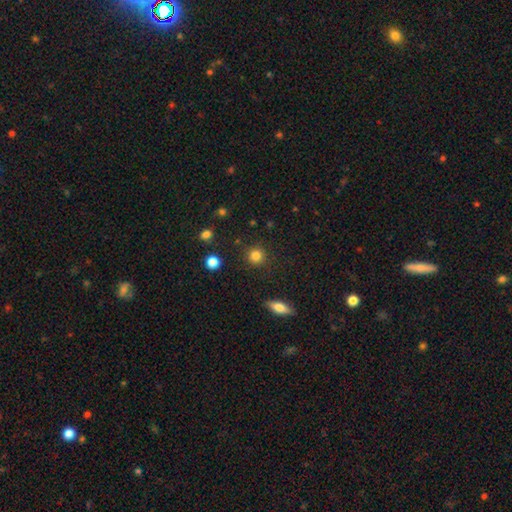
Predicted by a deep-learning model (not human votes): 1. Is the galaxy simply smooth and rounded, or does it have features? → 84% smooth, 11% star or artifact, 5% featured or disk.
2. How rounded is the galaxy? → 92% round, 7% in between, 1% cigar-shaped.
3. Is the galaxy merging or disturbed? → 89% none, 7% minor disturbance, 2% major disturbance, 2% merger.